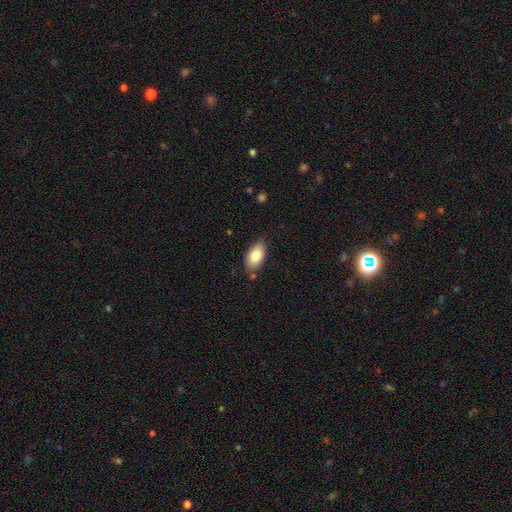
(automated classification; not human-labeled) Smooth or featured?
  - smooth: 84% *
  - featured or disk: 9%
  - star or artifact: 7%
How rounded?
  - in between: 94% *
  - round: 4%
  - cigar-shaped: 3%
Merging?
  - none: 80% *
  - minor disturbance: 15%
  - major disturbance: 3%
  - merger: 3%